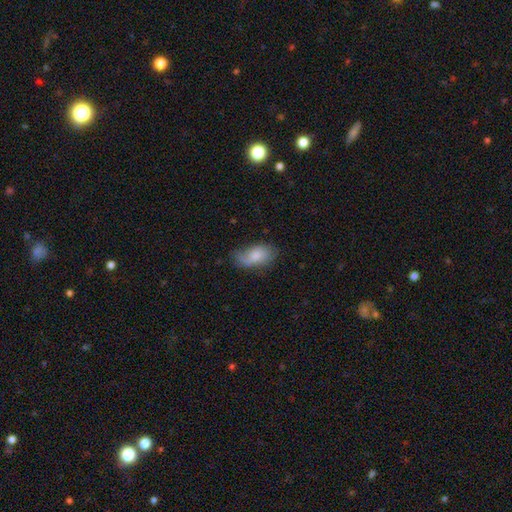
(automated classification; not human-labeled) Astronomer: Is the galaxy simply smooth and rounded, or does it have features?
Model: smooth — 72%.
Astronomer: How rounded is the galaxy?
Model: in between — 93%.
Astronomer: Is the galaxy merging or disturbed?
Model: none — 48% (runner-up: minor disturbance, 34%).